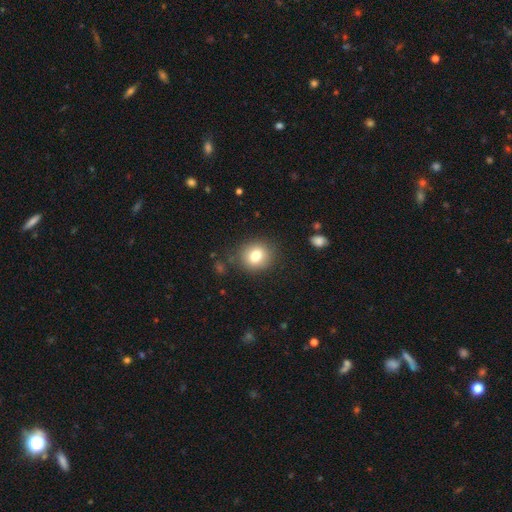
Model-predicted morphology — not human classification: Smooth or featured: smooth — 78% (featured or disk — 11%)
How rounded: round — 80% (in between — 20%)
Merging: none — 86% (minor disturbance — 9%)